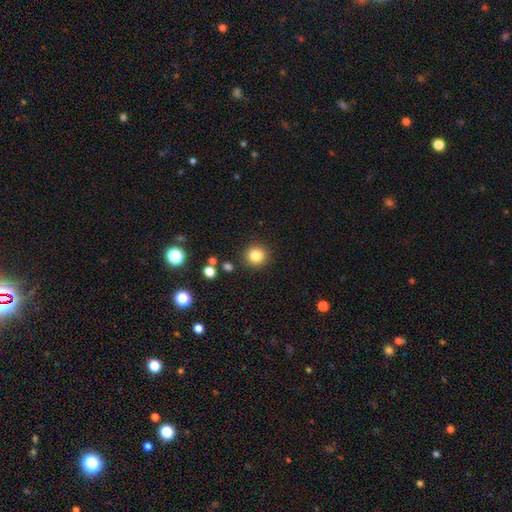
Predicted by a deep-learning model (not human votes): Overall: smooth (83%). How rounded: round (93%). Merging: none (90%).